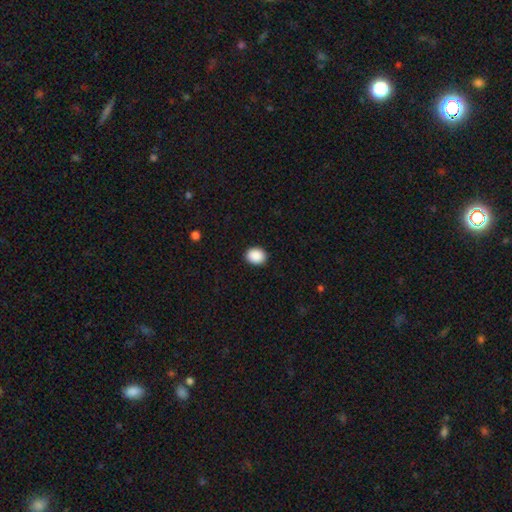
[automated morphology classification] This appears to be a smooth galaxy with no disk features (90%) that is round (50%). Merging: none (91%).